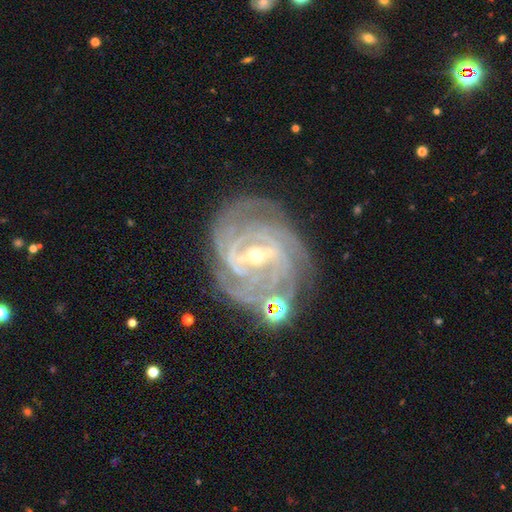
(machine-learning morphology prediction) Q: Smooth or featured?
A: featured or disk (91%); runner-up: star or artifact (5%)
Q: Edge-on disk?
A: no (97%); runner-up: yes (3%)
Q: Bar?
A: strong (50%); runner-up: weak (38%)
Q: Spiral arms?
A: yes (98%); runner-up: no (2%)
Q: Spiral winding?
A: tight (74%); runner-up: medium (23%)
Q: Spiral arm count?
A: 4 (33%); runner-up: 3 (21%)
Q: Bulge size?
A: small (64%); runner-up: moderate (33%)
Q: Merging?
A: none (70%); runner-up: minor disturbance (16%)